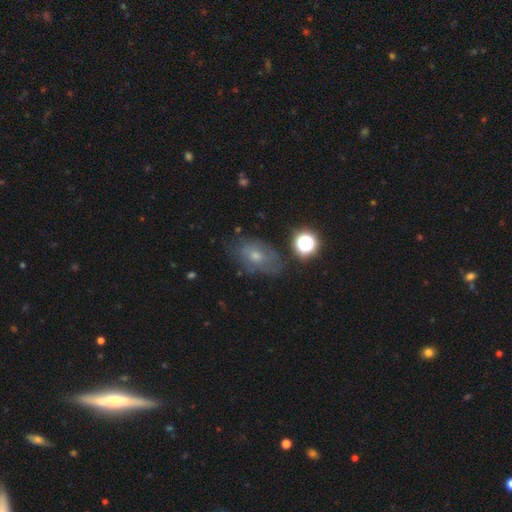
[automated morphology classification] A smooth galaxy with no disk features (50%) that is in between round and cigar-shaped (80%). Merging: none (60%).